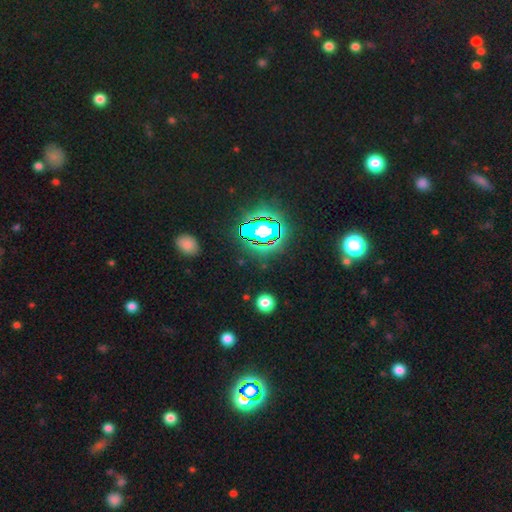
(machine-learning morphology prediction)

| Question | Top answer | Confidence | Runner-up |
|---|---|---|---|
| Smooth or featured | star or artifact | 81% | smooth (12%) |